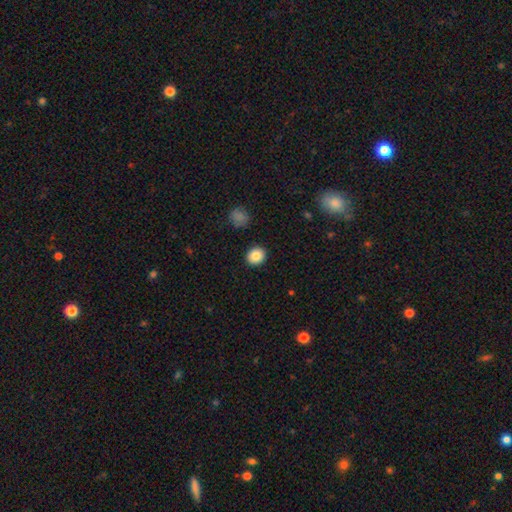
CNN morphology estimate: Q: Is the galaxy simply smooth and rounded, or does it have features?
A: smooth — 86%.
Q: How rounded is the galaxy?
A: round — 80%.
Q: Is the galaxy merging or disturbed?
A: none — 91%.